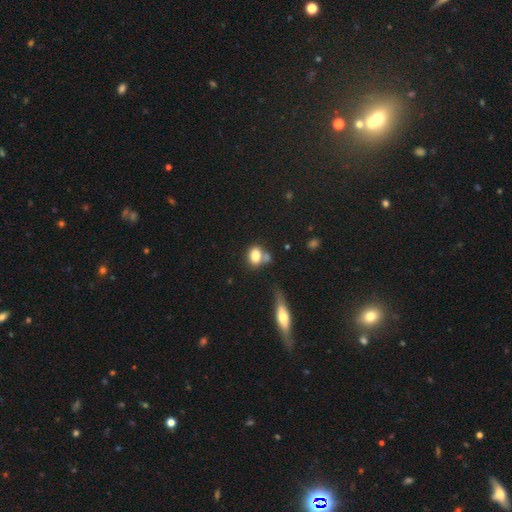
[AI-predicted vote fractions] smooth 80%, featured or disk 11%, star or artifact 9%. Down the decision tree: how rounded — in between (58%); merging — none (48%).